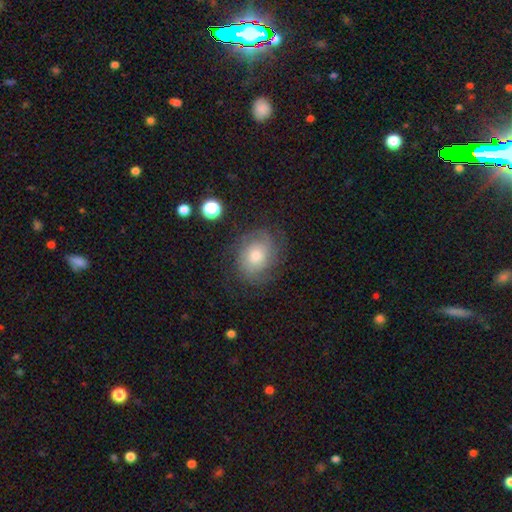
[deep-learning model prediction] A featured or disk galaxy (59%) with no bar (79%), spiral arms (87%) and a moderate central bulge (60%).

Vote fractions:
- Smooth or featured? featured or disk: 59% / smooth: 31% / star or artifact: 10%
- Edge-on disk? no: 97% / yes: 3%
- Bar? no: 79% / weak: 18% / strong: 3%
- Spiral arms? yes: 87% / no: 13%
- Bulge size? moderate: 60% / small: 23% / large: 13% / none: 2% / dominant: 2%
- Merging? none: 74% / minor disturbance: 16% / major disturbance: 8% / merger: 1%